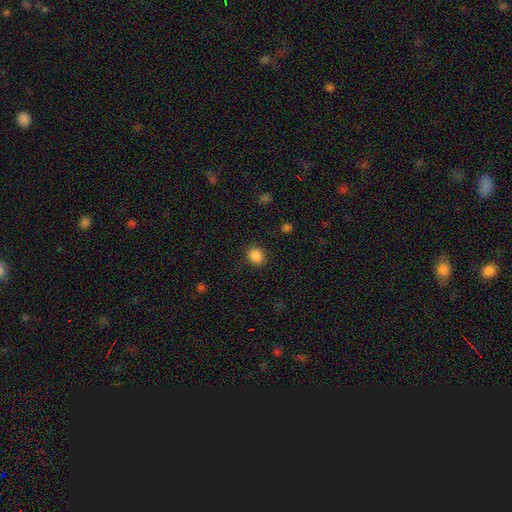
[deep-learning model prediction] Smooth or featured? Predicted: smooth (p=0.87). How rounded? Predicted: round (p=0.64). Merging? Predicted: none (p=0.88).